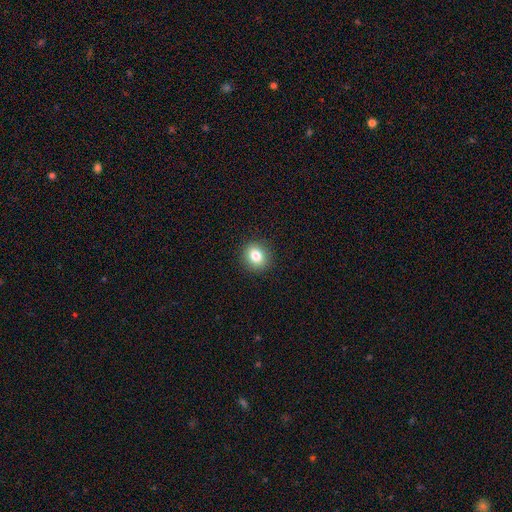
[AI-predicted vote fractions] Overall: smooth (81%). How rounded: round (76%). Merging: none (91%).